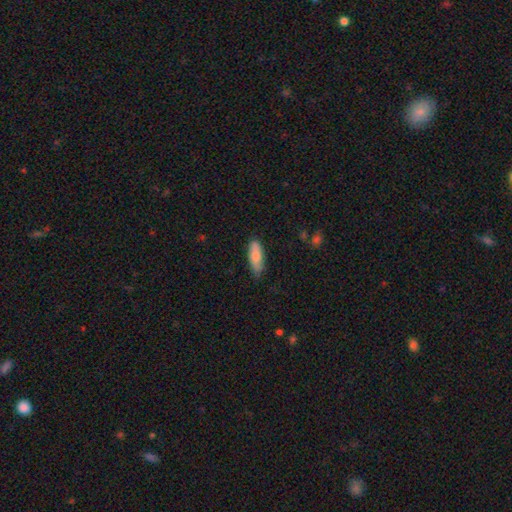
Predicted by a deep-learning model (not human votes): smooth 80%, featured or disk 14%, star or artifact 6%. Down the decision tree: how rounded — in between (62%); merging — none (71%).